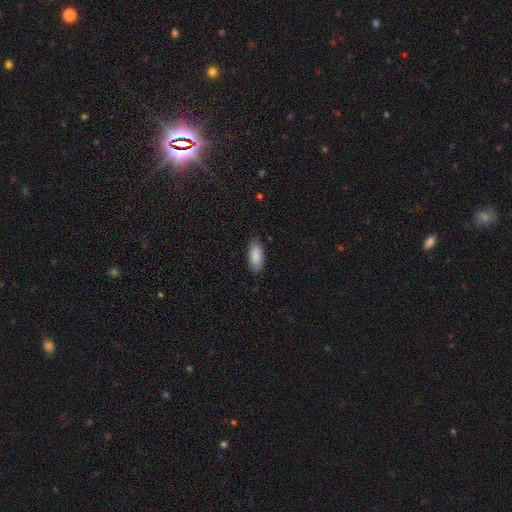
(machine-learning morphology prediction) This appears to be a smooth galaxy with no disk features (88%) that is in between round and cigar-shaped (89%). Merging: none (85%).